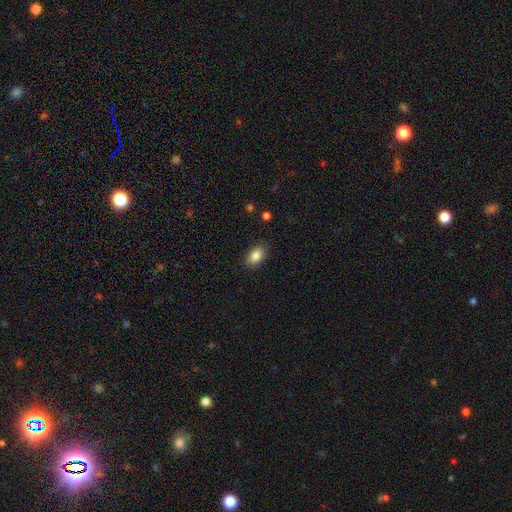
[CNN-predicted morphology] A smooth galaxy with no disk features (87%) that is in between round and cigar-shaped (87%).

Vote fractions:
- Smooth or featured? smooth: 87% / star or artifact: 8% / featured or disk: 5%
- How rounded? in between: 87% / round: 11% / cigar-shaped: 1%
- Merging? none: 86% / minor disturbance: 11% / major disturbance: 3% / merger: 1%